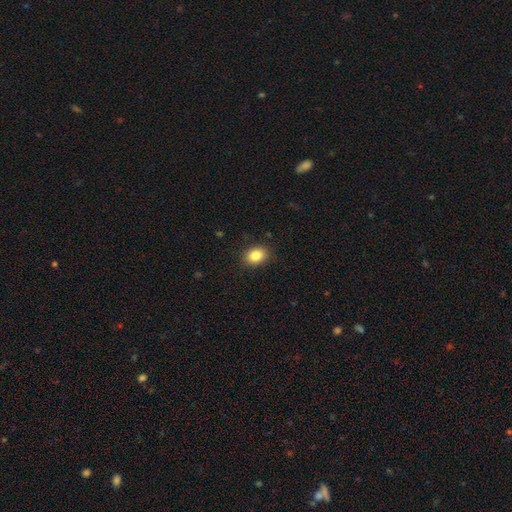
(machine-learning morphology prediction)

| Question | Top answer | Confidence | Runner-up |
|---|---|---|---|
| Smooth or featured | smooth | 84% | star or artifact (9%) |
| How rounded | in between | 59% | round (40%) |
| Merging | none | 88% | minor disturbance (9%) |